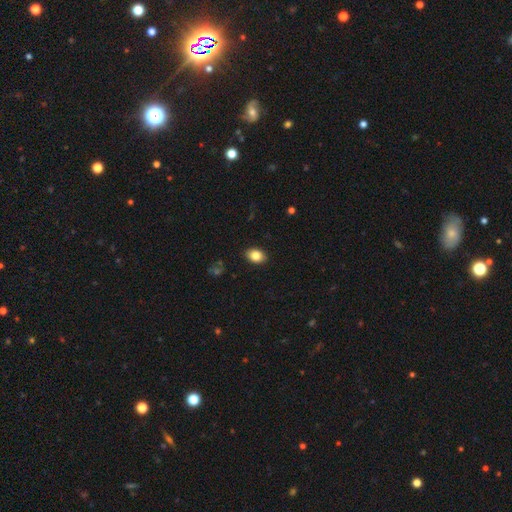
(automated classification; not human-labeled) Overall: smooth (85%). How rounded: in between (76%). Merging: none (89%).